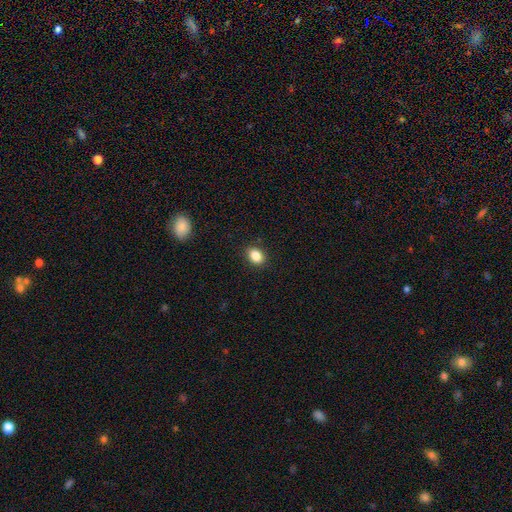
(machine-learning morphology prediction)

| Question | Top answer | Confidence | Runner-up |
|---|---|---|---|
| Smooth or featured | smooth | 86% | star or artifact (9%) |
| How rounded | in between | 69% | round (30%) |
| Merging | none | 88% | minor disturbance (8%) |